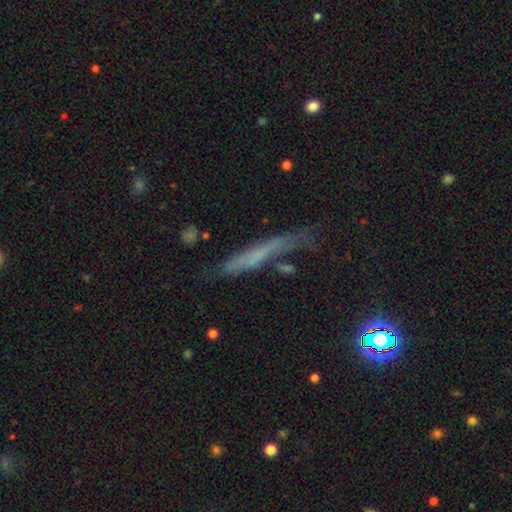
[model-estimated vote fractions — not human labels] smooth 48%, featured or disk 38%, star or artifact 14%. Down the decision tree: merging — none (56%).